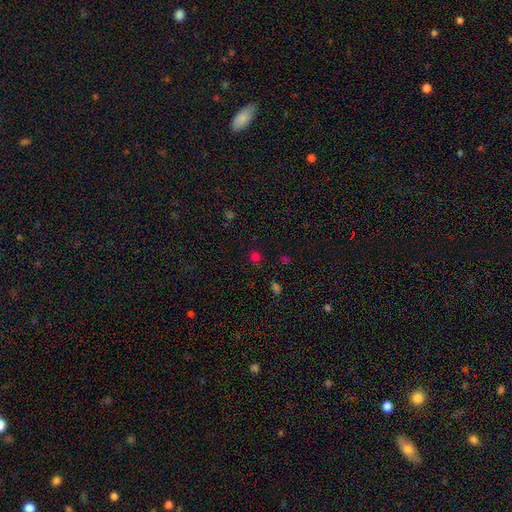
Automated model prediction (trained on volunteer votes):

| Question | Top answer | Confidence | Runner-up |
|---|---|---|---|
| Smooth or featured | smooth | 69% | star or artifact (27%) |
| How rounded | round | 84% | in between (15%) |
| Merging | none | 84% | minor disturbance (10%) |